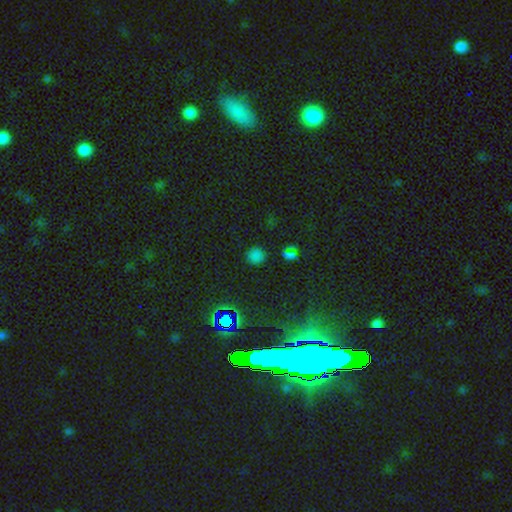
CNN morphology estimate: Smooth or featured: smooth — 66% (star or artifact — 29%)
How rounded: round — 91% (in between — 8%)
Merging: none — 87% (minor disturbance — 8%)